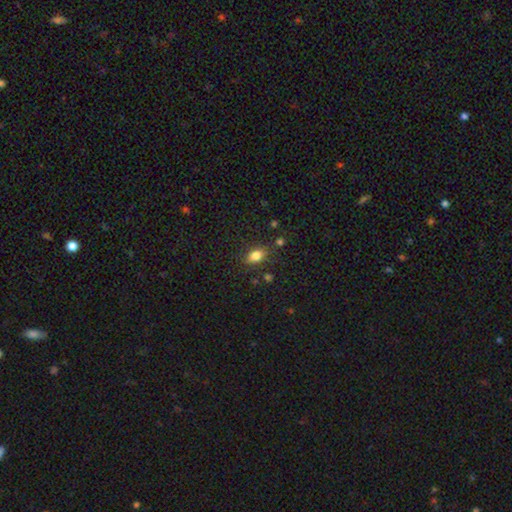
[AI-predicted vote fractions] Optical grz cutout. It shows a smooth galaxy with no disk features (79%) that is in between round and cigar-shaped (78%). Merging: none (79%).